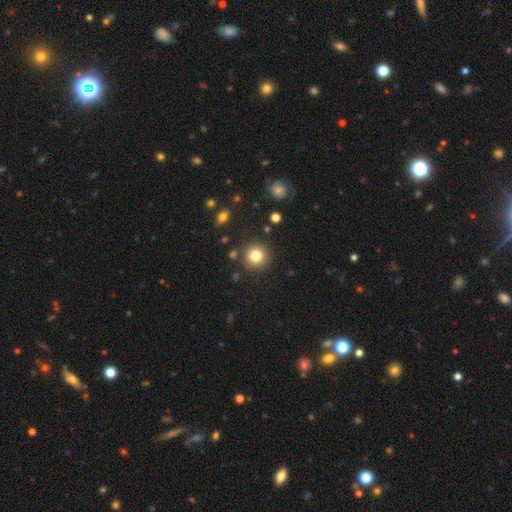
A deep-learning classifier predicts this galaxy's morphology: type=smooth (82%); roundness=round (93%); merging=none (88%).